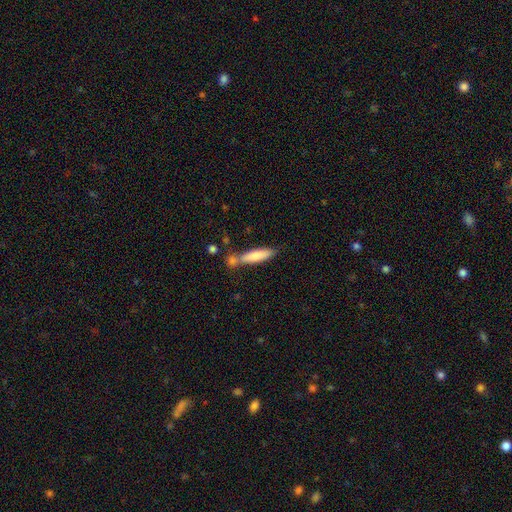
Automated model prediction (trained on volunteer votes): A smooth galaxy with no disk features (78%) that is cigar-shaped (77%). Merging: none (57%).